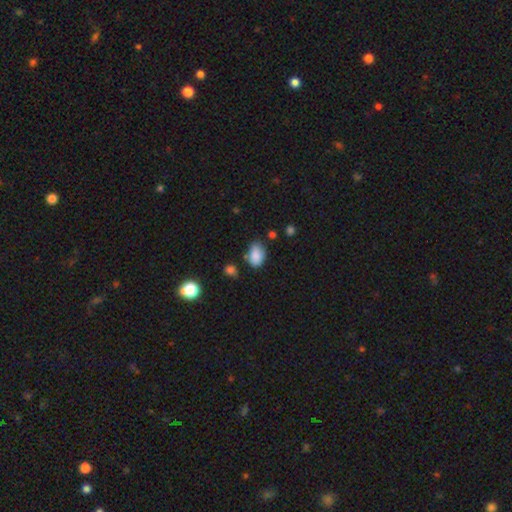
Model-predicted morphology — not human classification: Q: Smooth or featured?
A: smooth (85%); runner-up: star or artifact (9%)
Q: How rounded?
A: in between (86%); runner-up: round (13%)
Q: Merging?
A: none (60%); runner-up: minor disturbance (28%)